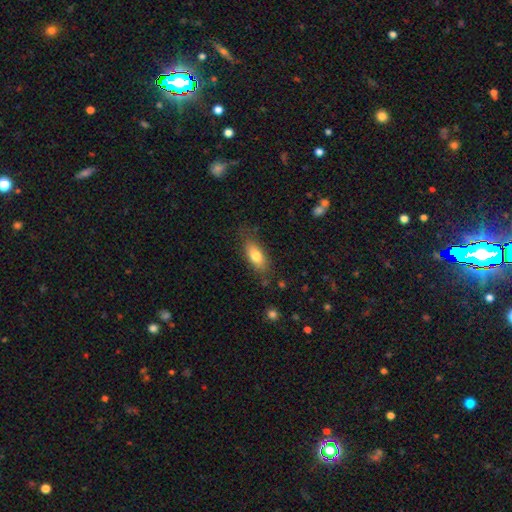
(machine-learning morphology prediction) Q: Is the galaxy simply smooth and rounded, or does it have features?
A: smooth — 77%.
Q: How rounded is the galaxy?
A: in between — 81%.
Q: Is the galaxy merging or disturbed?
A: none — 76%.